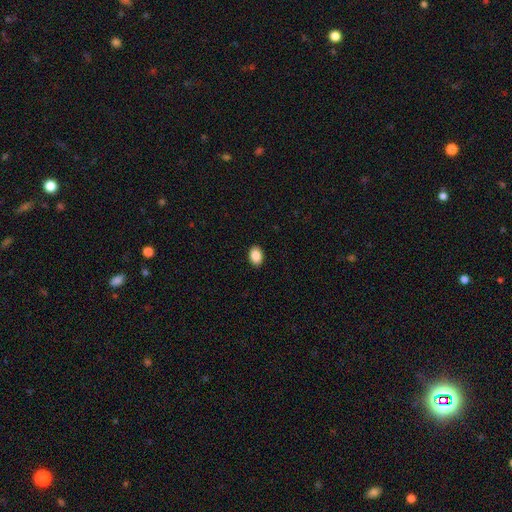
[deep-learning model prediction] Smooth or featured: smooth — 89% (star or artifact — 8%)
How rounded: in between — 79% (round — 20%)
Merging: none — 91% (minor disturbance — 7%)